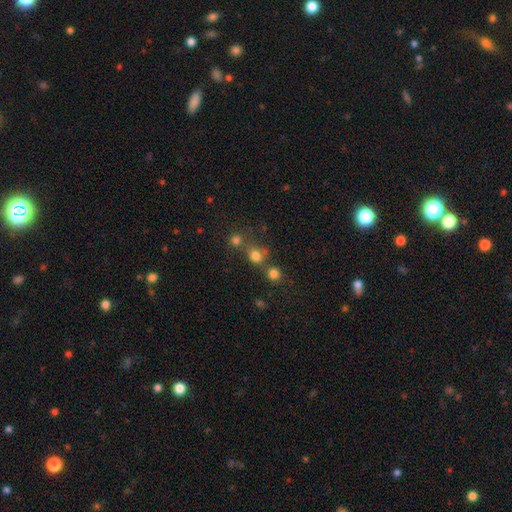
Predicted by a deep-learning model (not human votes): Smooth or featured? Predicted: smooth (p=0.74). How rounded? Predicted: round (p=0.83). Merging? Predicted: none (p=0.58).